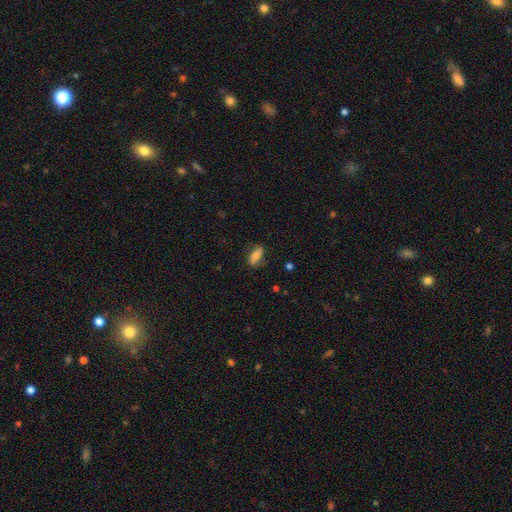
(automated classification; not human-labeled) Smooth or featured: smooth — 70% (featured or disk — 22%)
How rounded: in between — 76% (cigar-shaped — 20%)
Merging: none — 76% (minor disturbance — 18%)